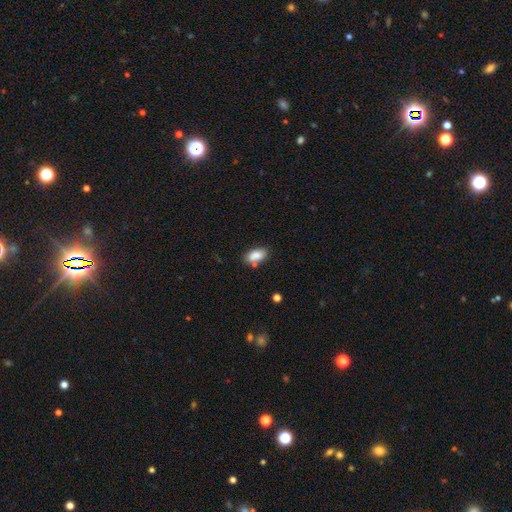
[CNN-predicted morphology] A smooth galaxy with no disk features (85%) that is in between round and cigar-shaped (91%). Merging: none (67%).